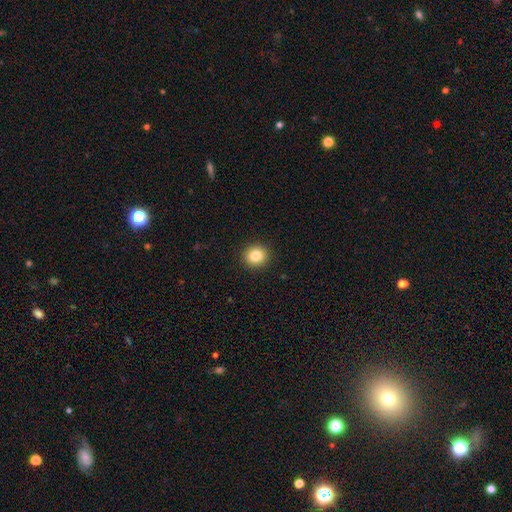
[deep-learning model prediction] smooth 83%, star or artifact 11%, featured or disk 6%. Down the decision tree: how rounded — round (88%); merging — none (92%).